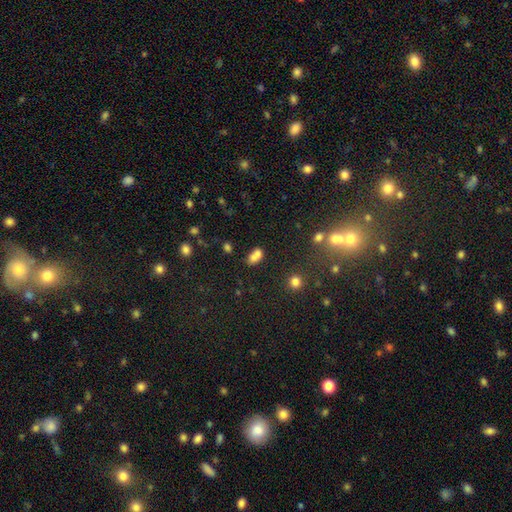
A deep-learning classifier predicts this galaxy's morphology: smooth_or_featured: smooth (p=0.72) [alt: star or artifact p=0.15]
how_rounded: in between (p=0.73) [alt: round p=0.25]
merging: merger (p=0.53) [alt: none p=0.31]